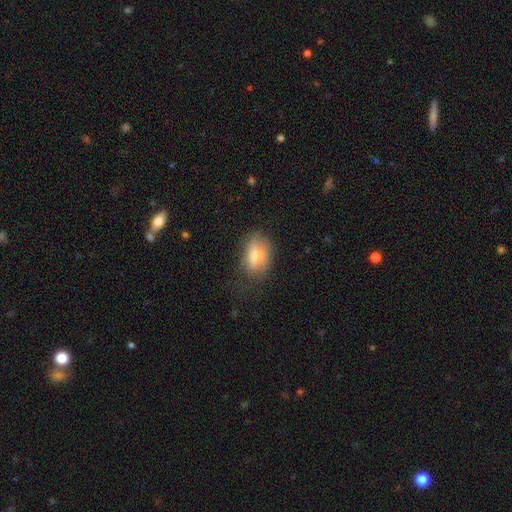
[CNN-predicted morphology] type=smooth (70%); roundness=in between (86%); merging=none (57%).